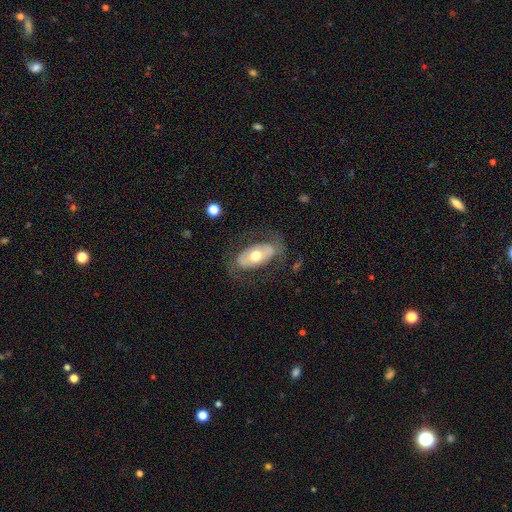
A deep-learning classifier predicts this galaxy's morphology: The model was most divided on "smooth or featured": featured or disk: 56%, smooth: 38%, star or artifact: 6%. More confident: edge-on disk — no (89%); merging — none (72%).